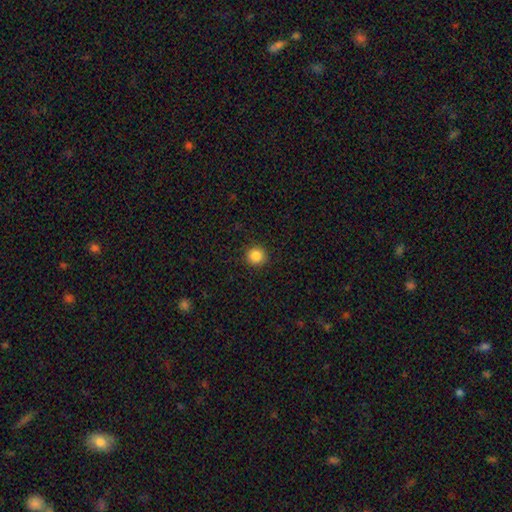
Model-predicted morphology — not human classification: A smooth galaxy with no disk features (86%) that is round (94%).

Vote fractions:
- Smooth or featured? smooth: 86% / star or artifact: 10% / featured or disk: 4%
- How rounded? round: 94% / in between: 5% / cigar-shaped: 1%
- Merging? none: 92% / minor disturbance: 6% / major disturbance: 2% / merger: 1%